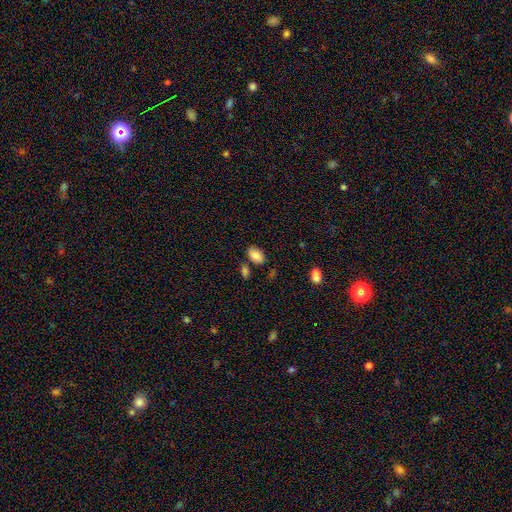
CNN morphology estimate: Overall: smooth (85%). How rounded: in between (91%). Merging: none (75%).